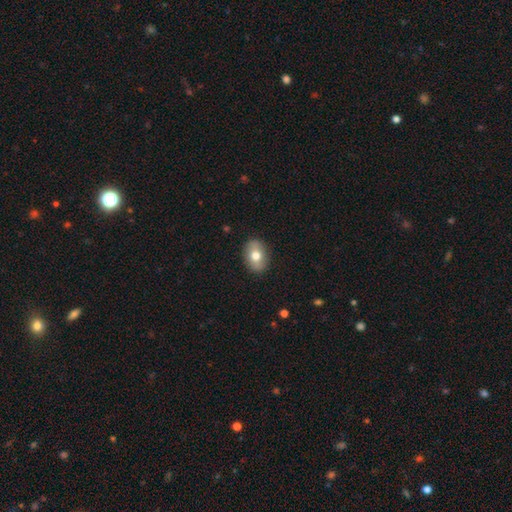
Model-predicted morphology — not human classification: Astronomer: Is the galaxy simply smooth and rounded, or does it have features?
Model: smooth — 70%.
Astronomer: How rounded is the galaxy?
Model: in between — 77%.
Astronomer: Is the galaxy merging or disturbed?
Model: none — 88%.